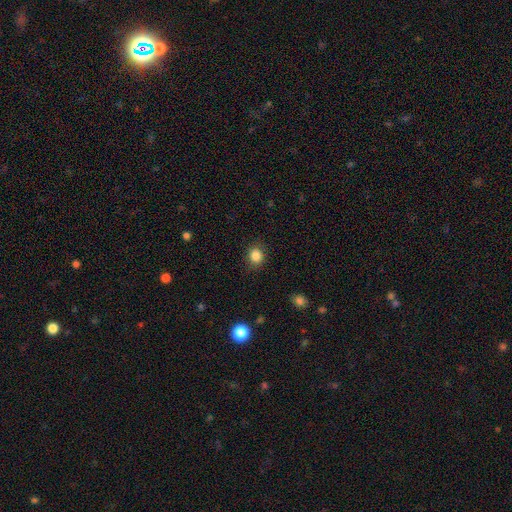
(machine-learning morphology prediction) This is clearly a smooth galaxy (85%). How rounded: likely round (72%). Merging: clearly none (85%).